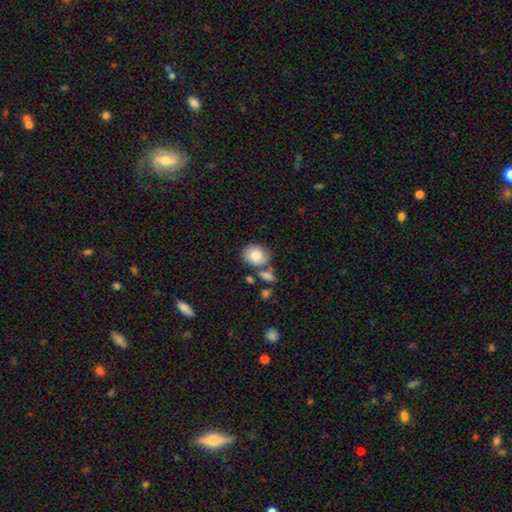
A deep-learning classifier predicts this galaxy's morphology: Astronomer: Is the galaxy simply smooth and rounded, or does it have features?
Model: smooth — 81%.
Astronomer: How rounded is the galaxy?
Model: round — 65%.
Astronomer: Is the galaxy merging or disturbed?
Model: none — 56%.